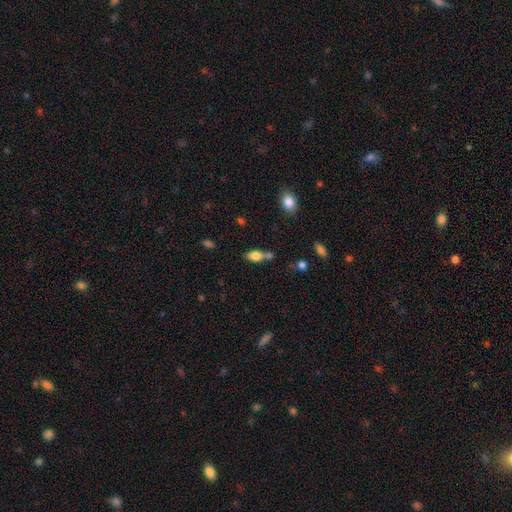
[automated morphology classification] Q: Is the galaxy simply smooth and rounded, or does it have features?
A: smooth — 79%.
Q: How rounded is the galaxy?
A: in between — 84%.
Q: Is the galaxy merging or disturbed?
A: none — 48%.